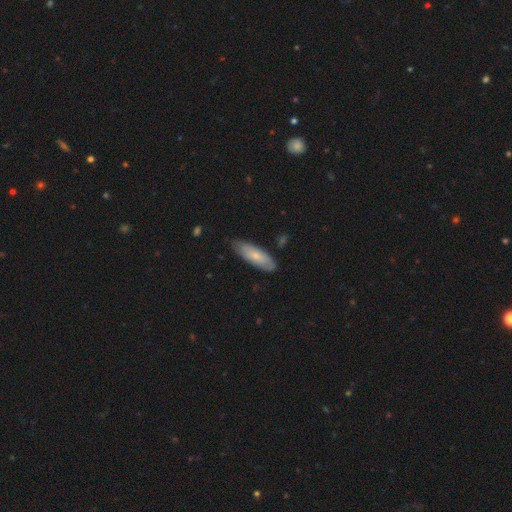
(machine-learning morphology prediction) Smooth or featured: smooth — 70% (featured or disk — 25%)
How rounded: in between — 53% (cigar-shaped — 46%)
Merging: none — 76% (minor disturbance — 20%)